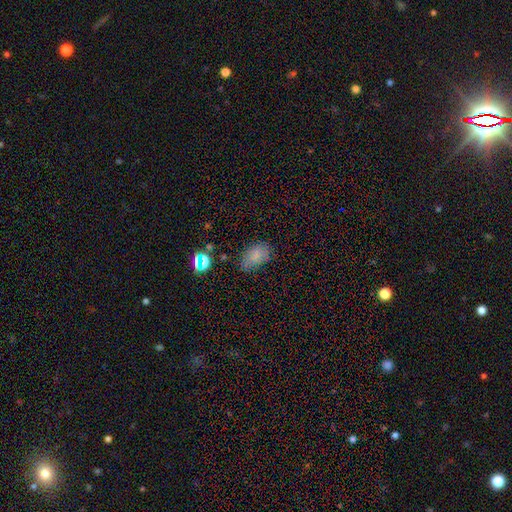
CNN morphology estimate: Smooth or featured? Predicted: smooth (p=0.73). How rounded? Predicted: in between (p=0.88). Merging? Predicted: none (p=0.67).